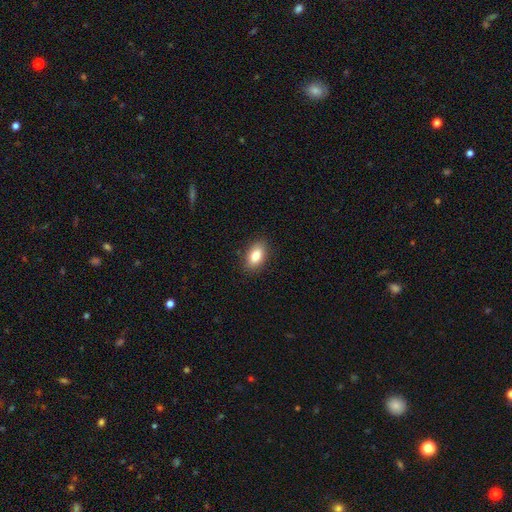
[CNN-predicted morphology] Q: Smooth or featured?
A: smooth (85%); runner-up: featured or disk (8%)
Q: How rounded?
A: in between (90%); runner-up: round (7%)
Q: Merging?
A: none (88%); runner-up: minor disturbance (9%)